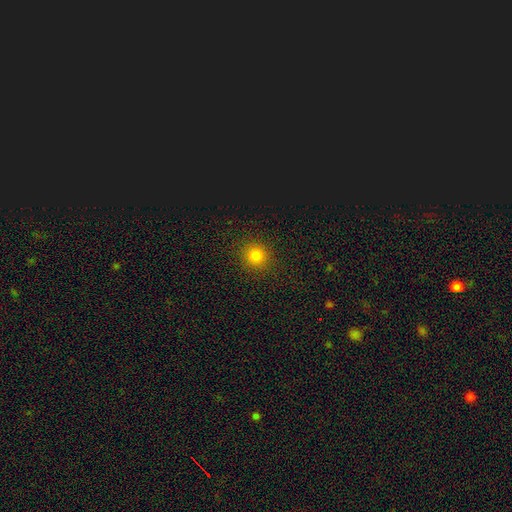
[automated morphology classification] A smooth galaxy with no disk features (81%) that is round (90%).

Vote fractions:
- Smooth or featured? smooth: 81% / star or artifact: 14% / featured or disk: 5%
- How rounded? round: 90% / in between: 9% / cigar-shaped: 1%
- Merging? none: 90% / minor disturbance: 6% / major disturbance: 3% / merger: 1%